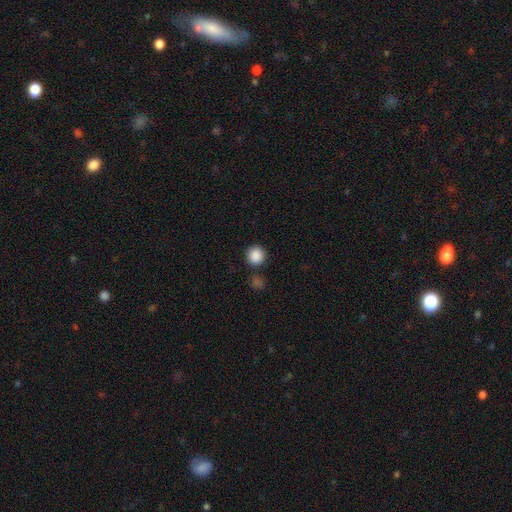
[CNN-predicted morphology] Overall: smooth (88%). How rounded: round (93%). Merging: none (83%).